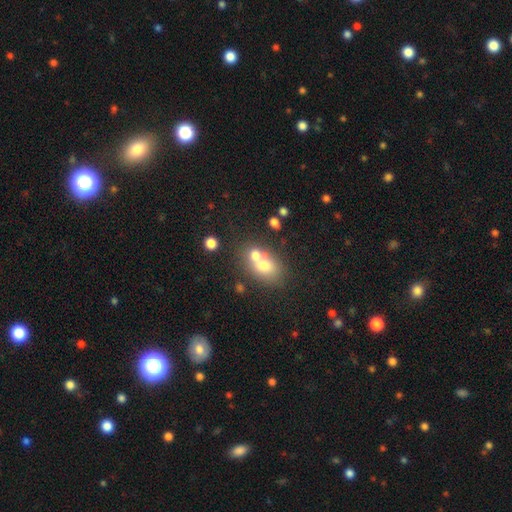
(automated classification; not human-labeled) The model was most divided on "how rounded": in between: 59%, round: 40%, cigar-shaped: 1%. More confident: smooth or featured — smooth (69%); merging — merger (56%).